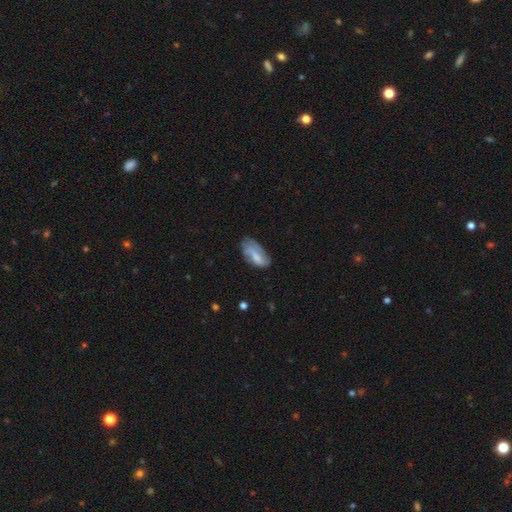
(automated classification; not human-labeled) Overall: smooth (63%; featured or disk 30%). How rounded: in between (87%). Merging: none (48%; minor disturbance 34%).